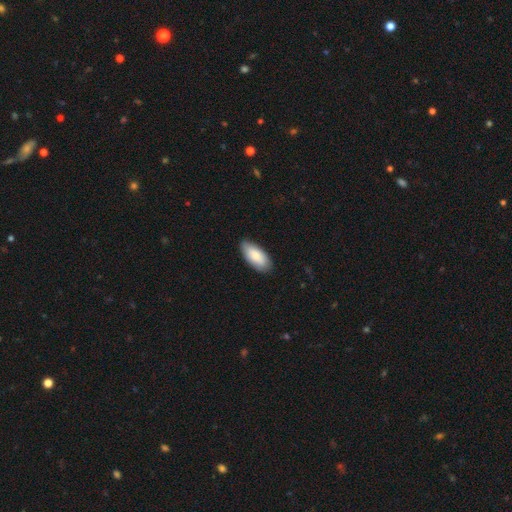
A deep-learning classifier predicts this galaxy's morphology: Overall: smooth (84%). How rounded: in between (90%). Merging: none (82%).